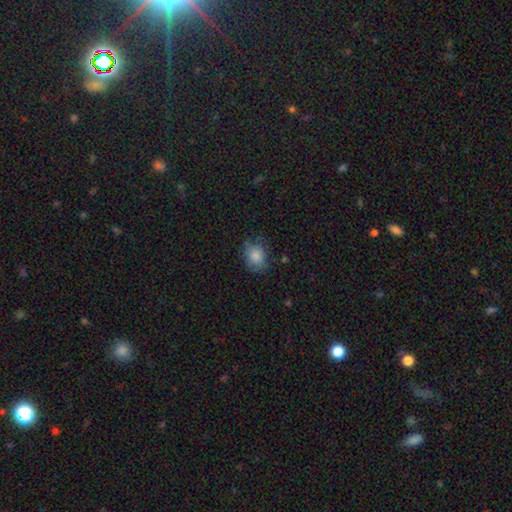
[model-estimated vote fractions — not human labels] smooth 83%, featured or disk 9%, star or artifact 8%. Down the decision tree: how rounded — in between (50%); merging — none (65%).